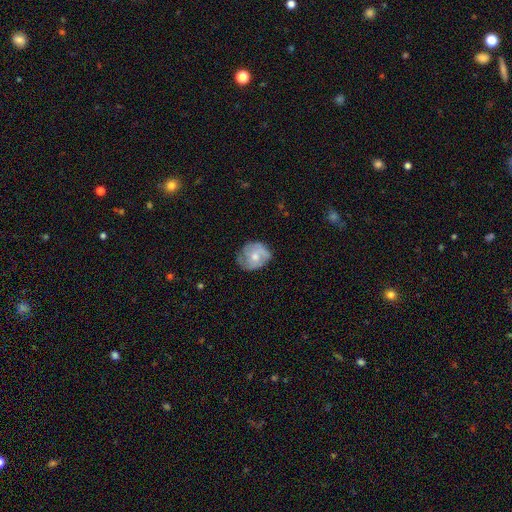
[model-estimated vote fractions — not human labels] Q: Smooth or featured?
A: featured or disk (51%); runner-up: smooth (42%)
Q: Edge-on disk?
A: no (97%); runner-up: yes (3%)
Q: Merging?
A: none (61%); runner-up: minor disturbance (28%)